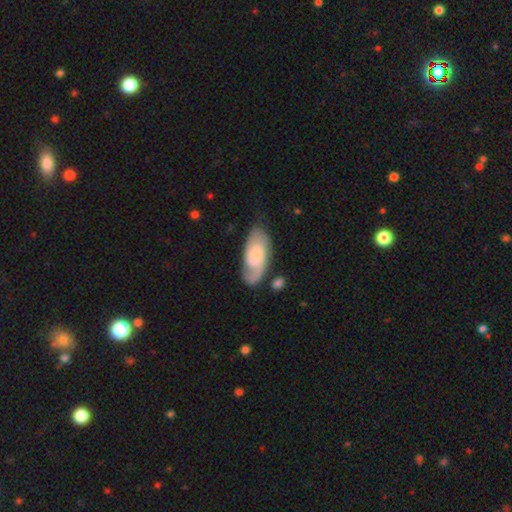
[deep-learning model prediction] Smooth or featured? featured or disk (58%)
Edge-on disk? no (94%)
Bar? no (68%)
Spiral arms? yes (90%)
Bulge size? small (36%)
Merging? none (61%)